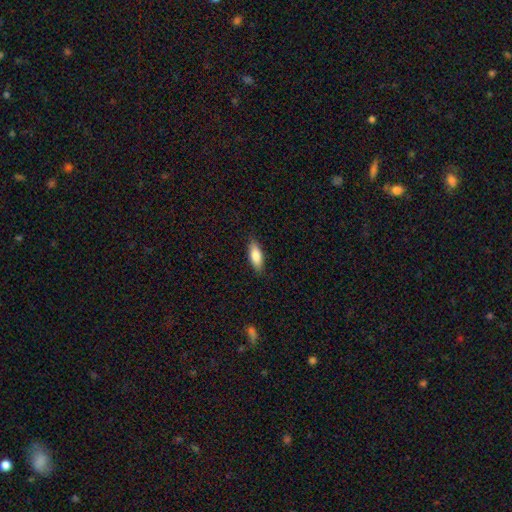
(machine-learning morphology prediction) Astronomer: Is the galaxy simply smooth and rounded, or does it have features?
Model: smooth — 83%.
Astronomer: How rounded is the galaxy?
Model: in between — 74%.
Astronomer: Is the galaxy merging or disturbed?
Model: none — 87%.